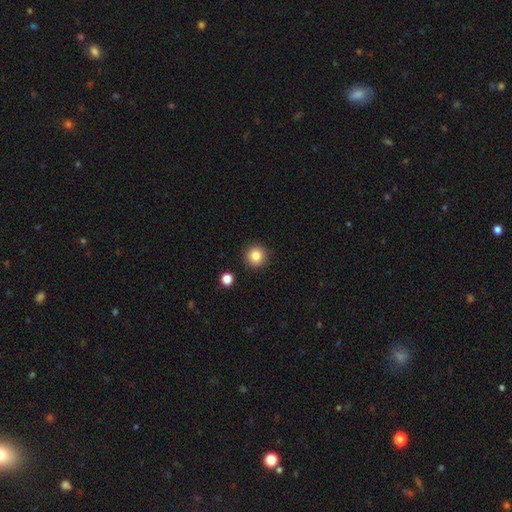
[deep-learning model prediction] The model was most divided on "smooth or featured": smooth: 84%, star or artifact: 10%, featured or disk: 6%. More confident: how rounded — round (94%); merging — none (90%).